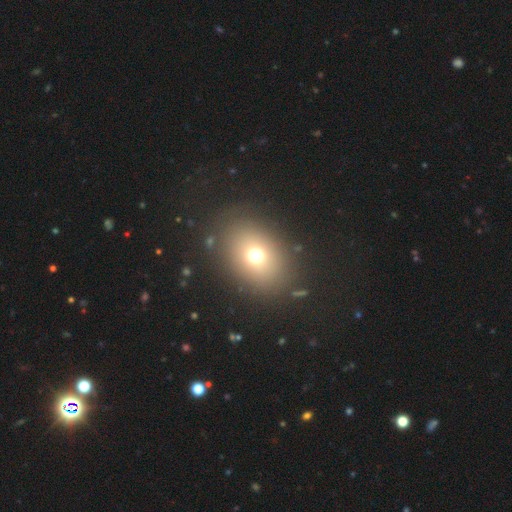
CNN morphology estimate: A smooth galaxy with no disk features (69%) that is in between round and cigar-shaped (55%). Merging: none (83%).